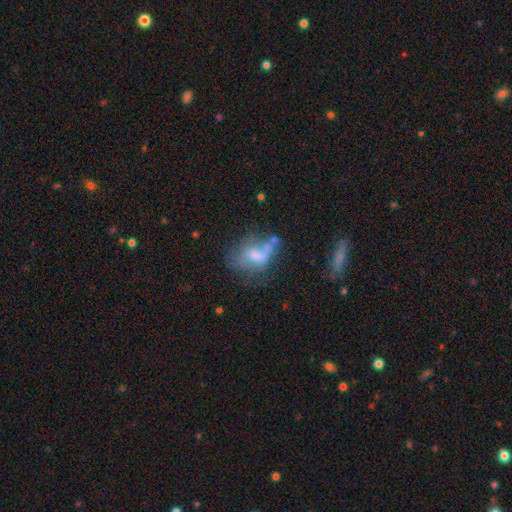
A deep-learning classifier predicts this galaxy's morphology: type=smooth (47%); merging=none (29%).